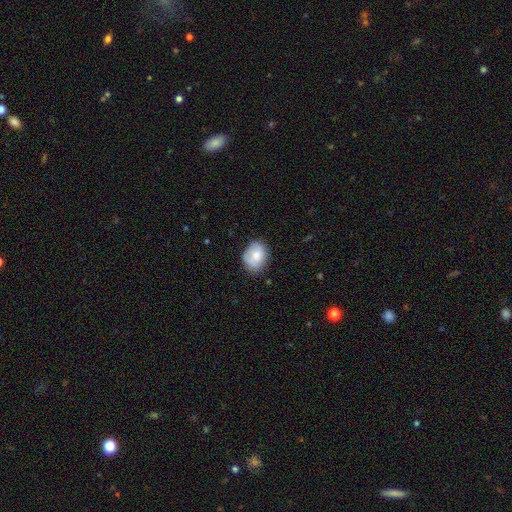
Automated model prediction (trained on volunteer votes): The model was most divided on "how rounded": in between: 62%, round: 37%, cigar-shaped: 1%. More confident: smooth or featured — smooth (75%); merging — none (70%).